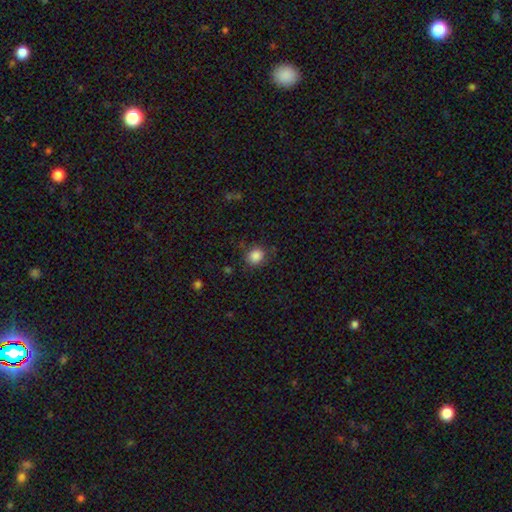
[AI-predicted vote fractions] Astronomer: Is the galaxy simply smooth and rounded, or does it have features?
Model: smooth — 86%.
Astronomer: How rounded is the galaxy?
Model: round — 74%.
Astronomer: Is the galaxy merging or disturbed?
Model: none — 81%.